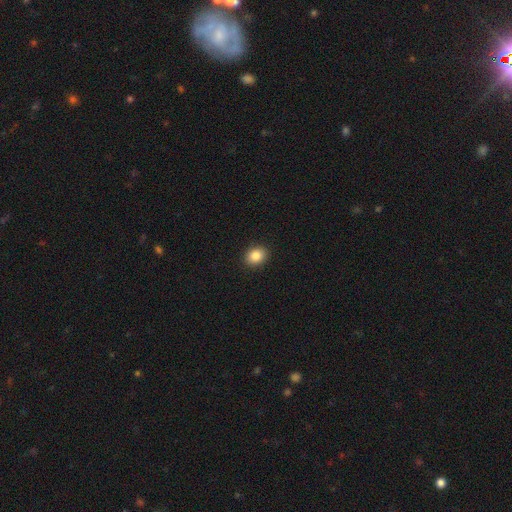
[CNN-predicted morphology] Smooth or featured? Predicted: smooth (p=0.85). How rounded? Predicted: round (p=0.54). Merging? Predicted: none (p=0.91).